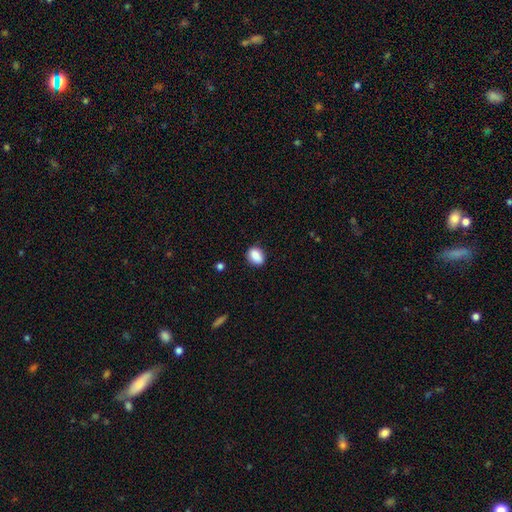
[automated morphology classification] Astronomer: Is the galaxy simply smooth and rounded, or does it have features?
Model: smooth — 87%.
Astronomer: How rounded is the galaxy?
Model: in between — 70%.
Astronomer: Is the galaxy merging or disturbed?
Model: none — 85%.